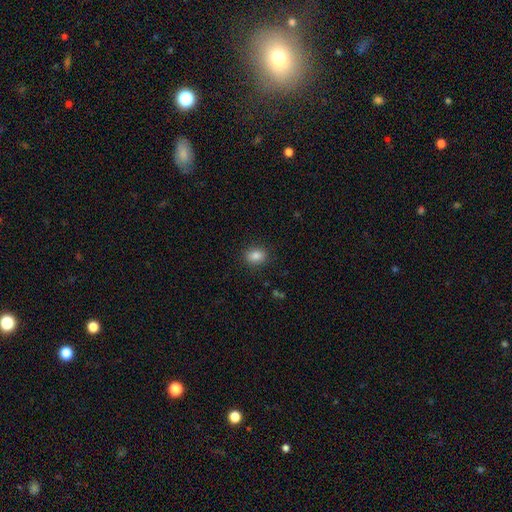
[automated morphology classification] Q: Smooth or featured?
A: smooth (85%); runner-up: star or artifact (10%)
Q: How rounded?
A: in between (65%); runner-up: round (34%)
Q: Merging?
A: none (88%); runner-up: minor disturbance (9%)